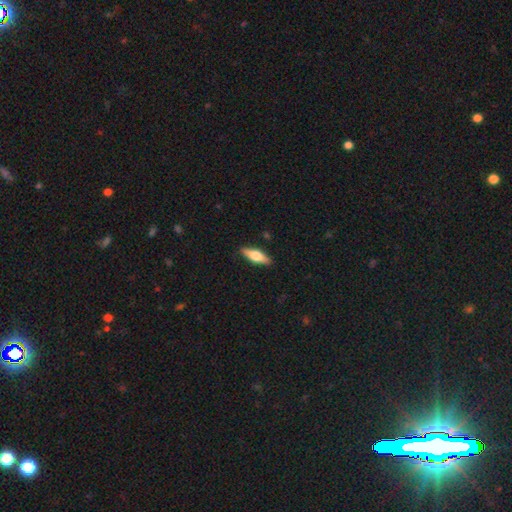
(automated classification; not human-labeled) Morphology: type=smooth (49%); merging=none (89%).